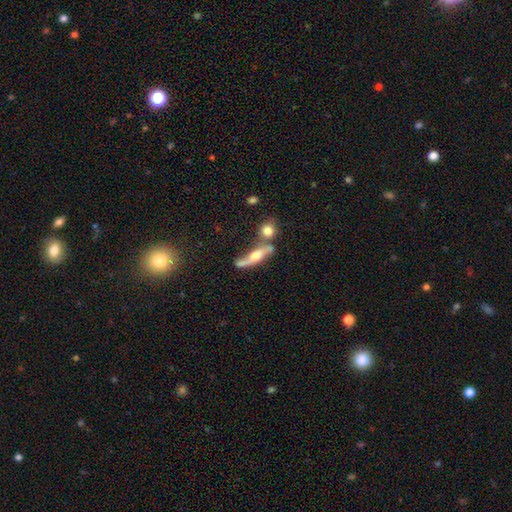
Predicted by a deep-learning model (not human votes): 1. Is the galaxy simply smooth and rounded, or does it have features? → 66% featured or disk, 26% smooth, 8% star or artifact.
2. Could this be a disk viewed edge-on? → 62% yes, 38% no.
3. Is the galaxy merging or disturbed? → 52% none, 23% merger, 17% minor disturbance, 8% major disturbance.